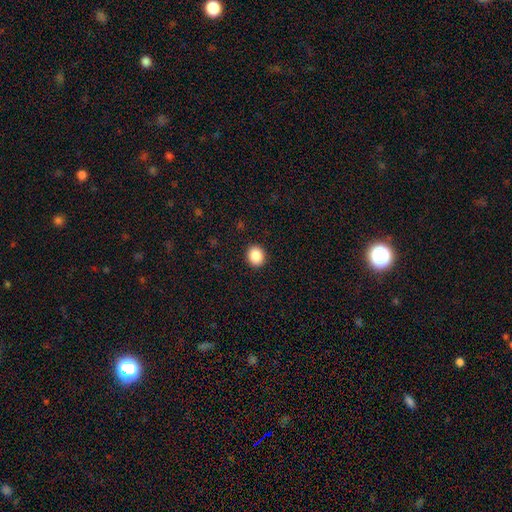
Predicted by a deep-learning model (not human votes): Smooth or featured?
  - smooth: 89% *
  - star or artifact: 9%
  - featured or disk: 3%
How rounded?
  - round: 75% *
  - in between: 24%
  - cigar-shaped: 1%
Merging?
  - none: 92% *
  - minor disturbance: 5%
  - major disturbance: 2%
  - merger: 1%